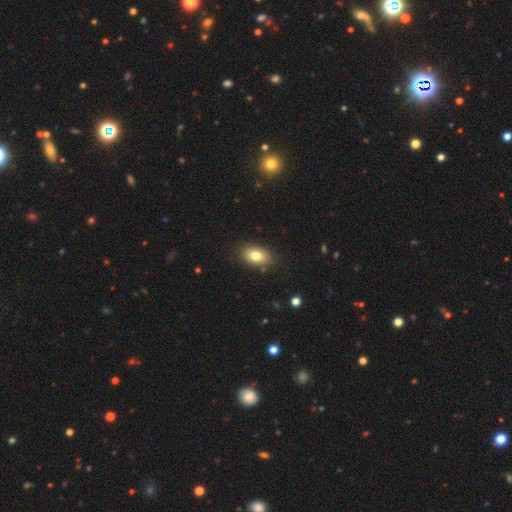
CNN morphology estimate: smooth-or-featured: smooth: 79% | featured or disk: 12% | star or artifact: 9%
  how-rounded: in between: 87% | round: 11% | cigar-shaped: 2%
  merging: none: 85% | minor disturbance: 11% | major disturbance: 3% | merger: 1%